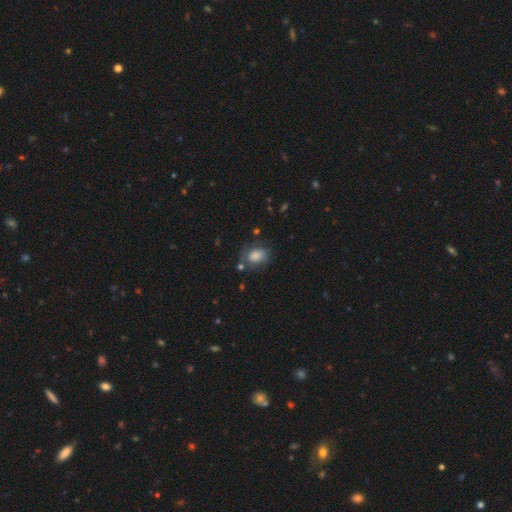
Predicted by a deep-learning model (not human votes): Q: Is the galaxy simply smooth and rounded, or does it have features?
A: smooth — 77%.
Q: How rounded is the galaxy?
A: in between — 69%.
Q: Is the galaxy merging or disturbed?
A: none — 59%.